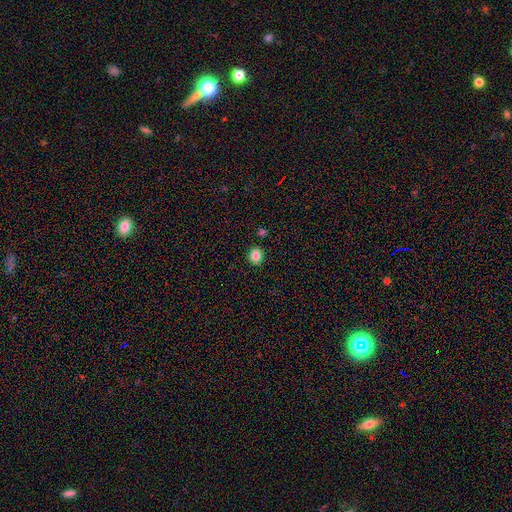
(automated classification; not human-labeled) The model was most divided on "how rounded": round: 67%, in between: 32%, cigar-shaped: 1%. More confident: merging — none (87%); smooth or featured — smooth (85%).